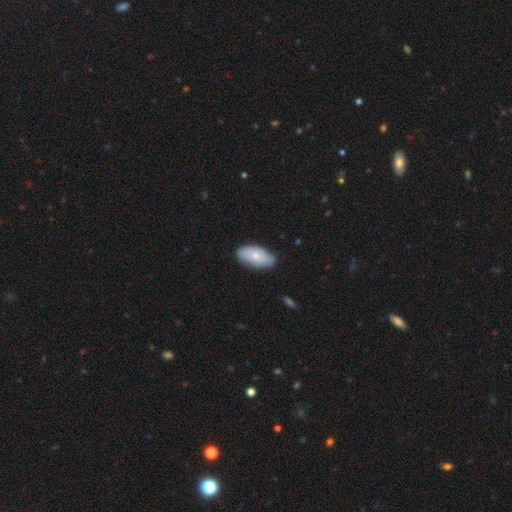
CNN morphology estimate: Smooth or featured? Predicted: smooth (p=0.67). How rounded? Predicted: in between (p=0.94). Merging? Predicted: none (p=0.72).